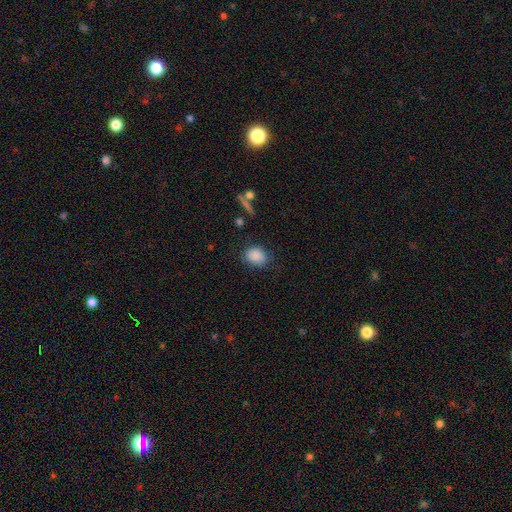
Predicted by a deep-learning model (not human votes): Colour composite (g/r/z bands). It shows a smooth galaxy with no disk features (87%) that is in between round and cigar-shaped (60%). Merging: none (79%).